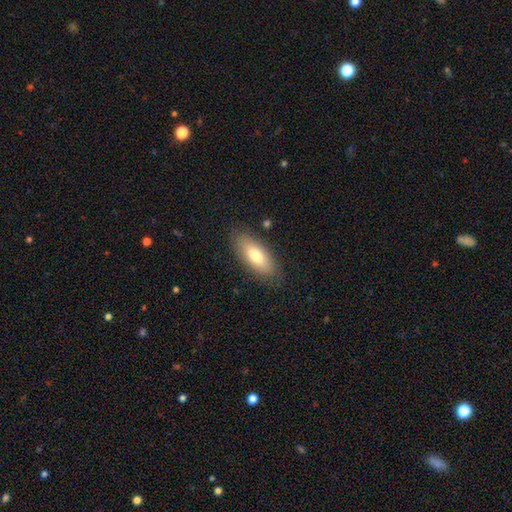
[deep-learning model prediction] This is likely a smooth galaxy (76%). How rounded: likely in between (77%). Merging: clearly none (86%).